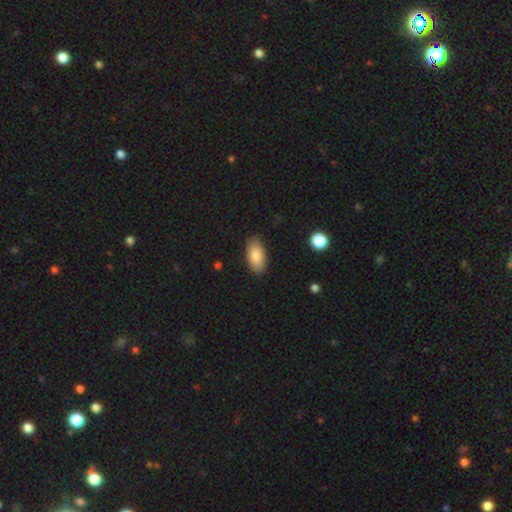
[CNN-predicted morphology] smooth-or-featured: smooth: 84% | featured or disk: 10% | star or artifact: 6%
  how-rounded: in between: 92% | cigar-shaped: 5% | round: 3%
  merging: none: 87% | minor disturbance: 10% | major disturbance: 2% | merger: 1%